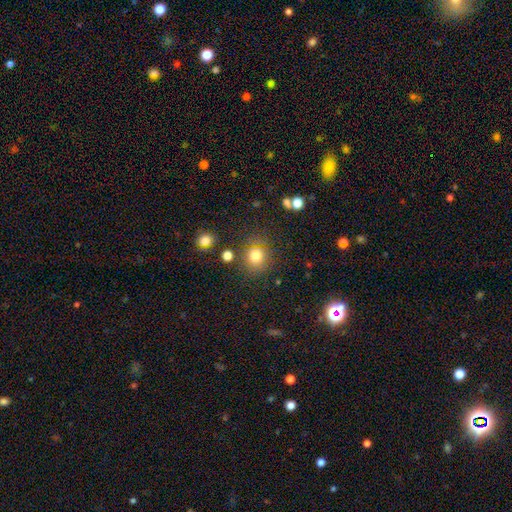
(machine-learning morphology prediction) Smooth or featured? smooth (77%)
How rounded? round (84%)
Merging? none (79%)